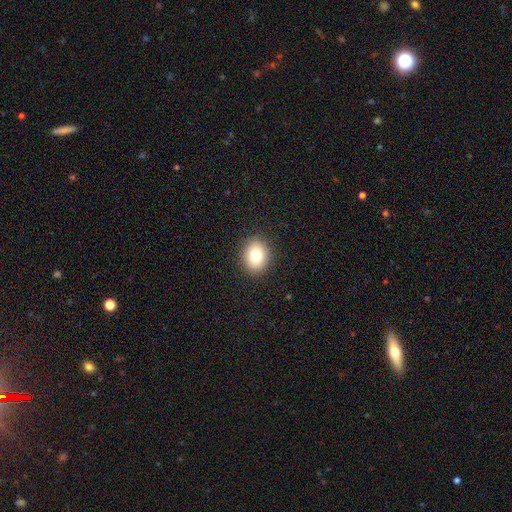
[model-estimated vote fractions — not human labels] This is likely a smooth galaxy (80%). How rounded: possibly round (57%). Merging: clearly none (91%).